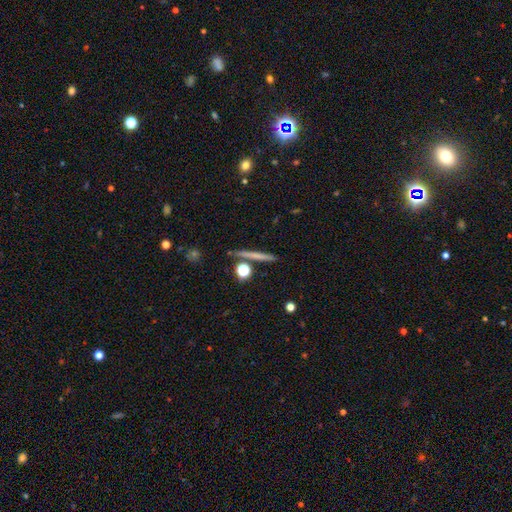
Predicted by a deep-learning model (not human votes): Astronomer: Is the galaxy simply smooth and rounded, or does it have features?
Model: smooth — 56% (runner-up: featured or disk, 35%).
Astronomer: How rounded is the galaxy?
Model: cigar-shaped — 87%.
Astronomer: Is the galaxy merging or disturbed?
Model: none — 85%.